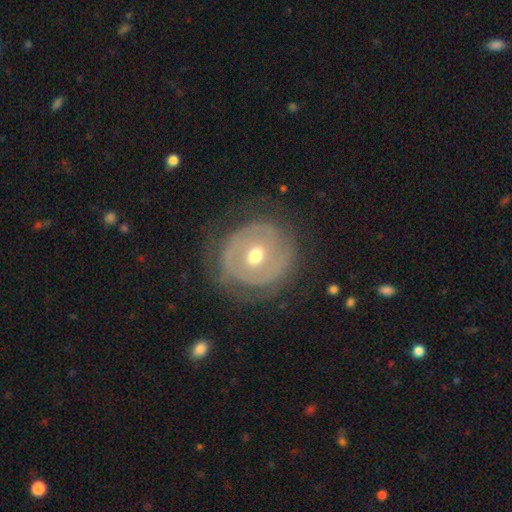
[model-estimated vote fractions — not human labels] A featured or disk galaxy (64%) with no bar (61%), no spiral arms (59%) and a moderate central bulge (68%). Merging: none (65%).